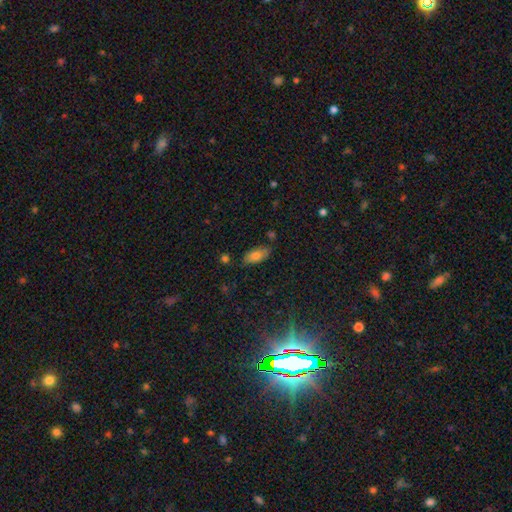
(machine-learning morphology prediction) smooth 78%, featured or disk 13%, star or artifact 9%. Down the decision tree: how rounded — in between (90%); merging — none (77%).